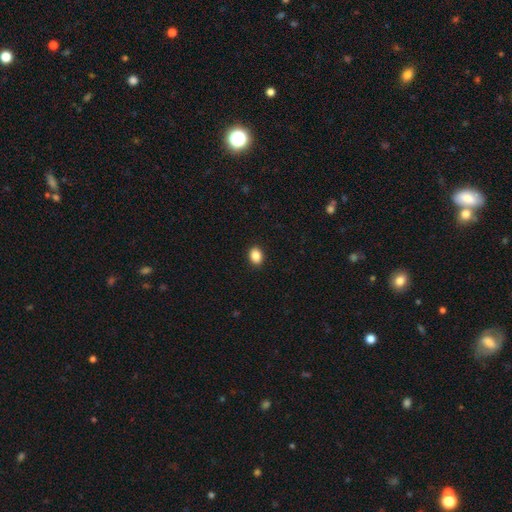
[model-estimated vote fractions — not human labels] This is clearly a smooth galaxy (88%). How rounded: likely in between (66%). Merging: clearly none (91%).